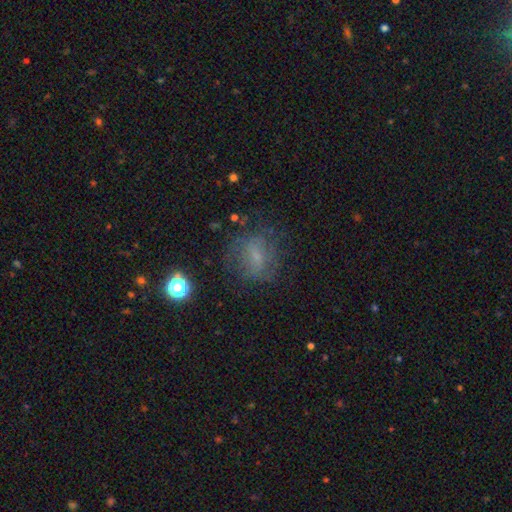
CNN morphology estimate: type=smooth (48%); merging=none (65%).